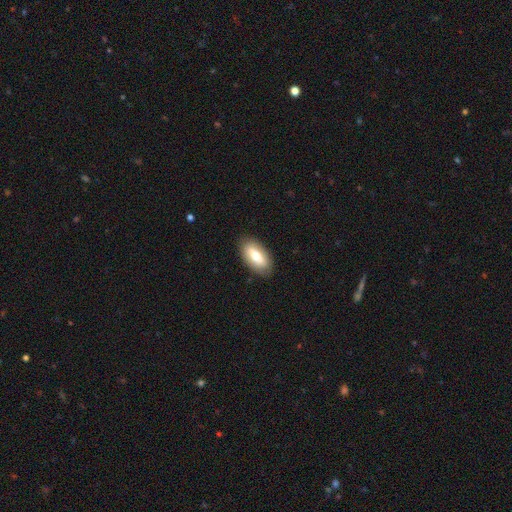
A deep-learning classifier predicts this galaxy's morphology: Smooth or featured? smooth (59%)
How rounded? in between (91%)
Merging? none (86%)